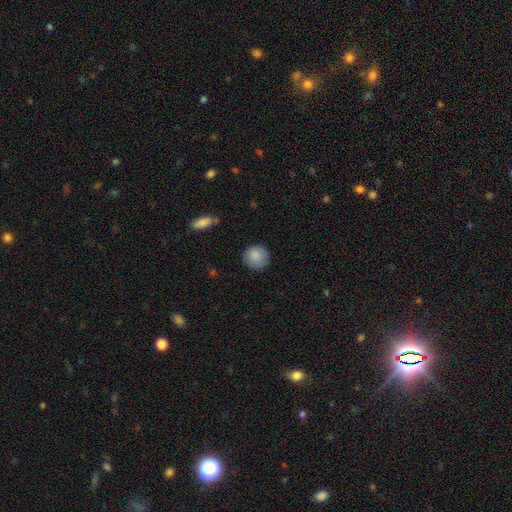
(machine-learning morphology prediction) This is clearly a smooth galaxy (87%). How rounded: clearly round (92%). Merging: clearly none (86%).